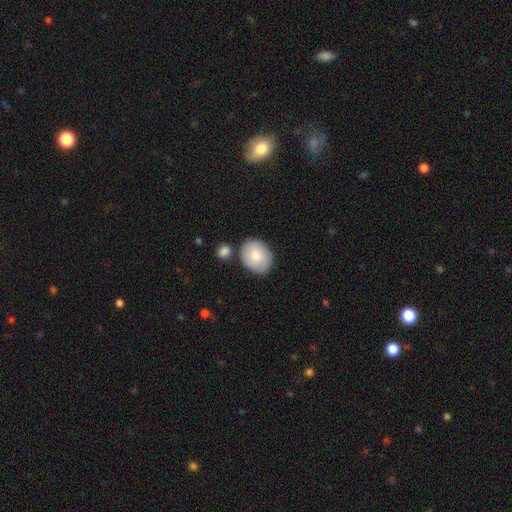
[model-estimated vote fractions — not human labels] The model was most divided on "how rounded": in between: 57%, round: 42%, cigar-shaped: 1%. More confident: smooth or featured — smooth (83%); merging — none (75%).